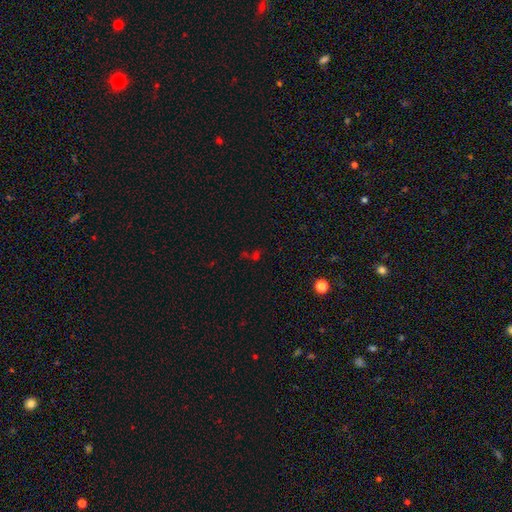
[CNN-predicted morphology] Smooth or featured?
  - star or artifact: 50% *
  - smooth: 38%
  - featured or disk: 12%